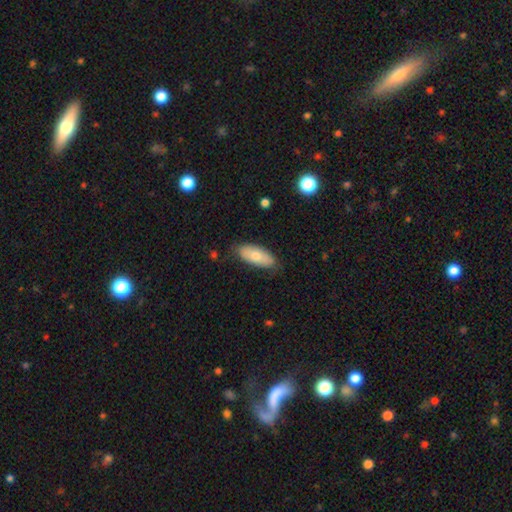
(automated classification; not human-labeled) The model was most divided on "smooth or featured": smooth: 68%, featured or disk: 25%, star or artifact: 6%. More confident: how rounded — in between (84%); merging — none (80%).